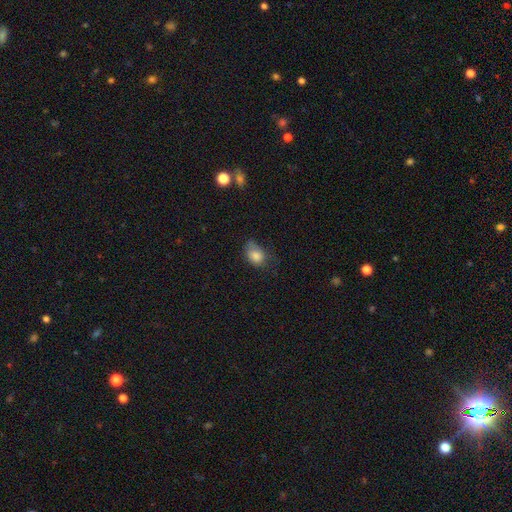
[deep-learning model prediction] Smooth or featured?
  - smooth: 81% *
  - star or artifact: 9%
  - featured or disk: 9%
How rounded?
  - in between: 69% *
  - round: 30%
  - cigar-shaped: 1%
Merging?
  - none: 42% *
  - minor disturbance: 38%
  - major disturbance: 17%
  - merger: 2%